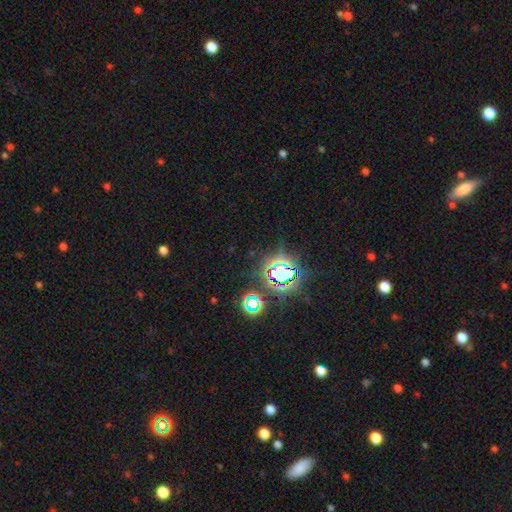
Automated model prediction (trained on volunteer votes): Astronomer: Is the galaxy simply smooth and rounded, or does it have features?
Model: star or artifact — 79%.